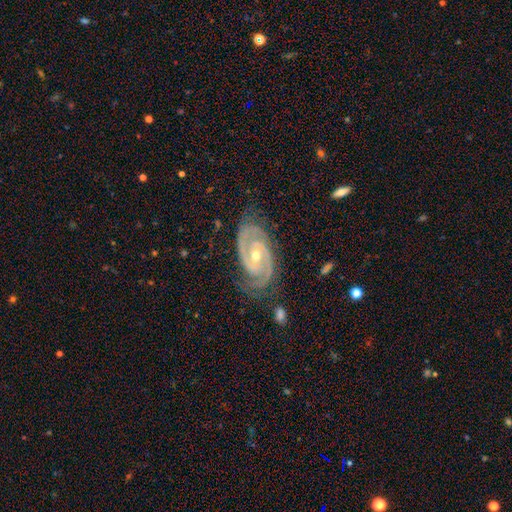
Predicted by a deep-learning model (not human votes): Smooth or featured?
  - featured or disk: 93% *
  - star or artifact: 4%
  - smooth: 3%
Edge-on disk?
  - no: 97% *
  - yes: 3%
Bar?
  - no: 50% *
  - weak: 33%
  - strong: 17%
Spiral arms?
  - yes: 99% *
  - no: 1%
Spiral winding?
  - tight: 69% *
  - medium: 28%
  - loose: 3%
Spiral arm count?
  - 2: 84% *
  - 3: 8%
  - can't tell: 3%
  - 4: 2%
  - 1: 2%
  - more than 4: 2%
Bulge size?
  - moderate: 52% *
  - small: 46%
  - large: 1%
  - none: 1%
  - dominant: 1%
Merging?
  - none: 77% *
  - minor disturbance: 17%
  - major disturbance: 4%
  - merger: 1%